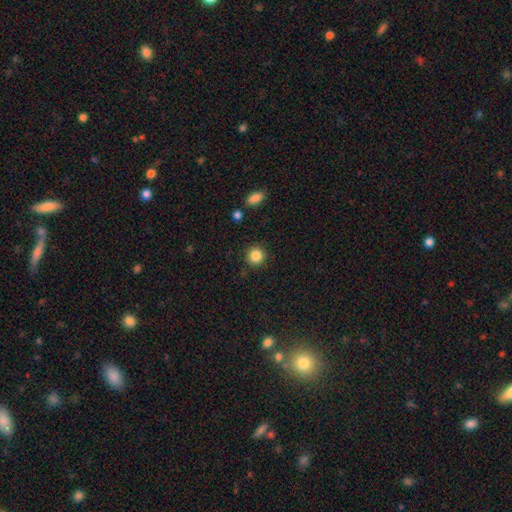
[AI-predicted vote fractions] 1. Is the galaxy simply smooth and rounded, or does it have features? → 86% smooth, 10% star or artifact, 4% featured or disk.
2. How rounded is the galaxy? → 92% round, 7% in between, 1% cigar-shaped.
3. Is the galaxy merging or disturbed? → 90% none, 6% minor disturbance, 2% major disturbance, 2% merger.